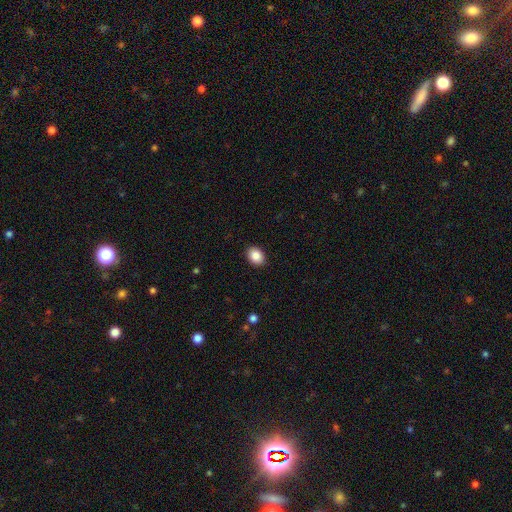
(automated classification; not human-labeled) Smooth or featured?
  - smooth: 88% *
  - star or artifact: 8%
  - featured or disk: 4%
How rounded?
  - in between: 64% *
  - round: 35%
  - cigar-shaped: 1%
Merging?
  - none: 90% *
  - minor disturbance: 7%
  - major disturbance: 2%
  - merger: 1%